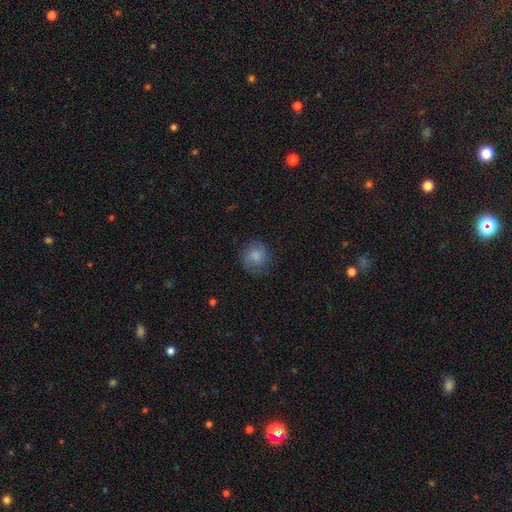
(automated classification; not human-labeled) This appears to be a smooth galaxy with no disk features (75%) that is round (82%). Merging: none (70%).